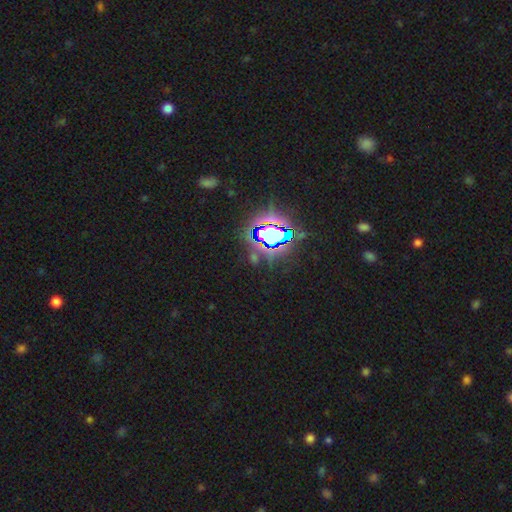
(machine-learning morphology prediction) Smooth or featured: star or artifact — 77% (smooth — 13%)